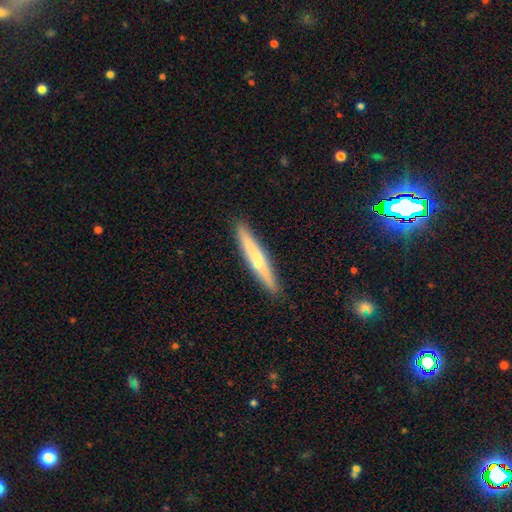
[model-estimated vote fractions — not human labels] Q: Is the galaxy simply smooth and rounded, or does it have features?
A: smooth — 51%.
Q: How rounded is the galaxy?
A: cigar-shaped — 95%.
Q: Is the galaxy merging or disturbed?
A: none — 91%.